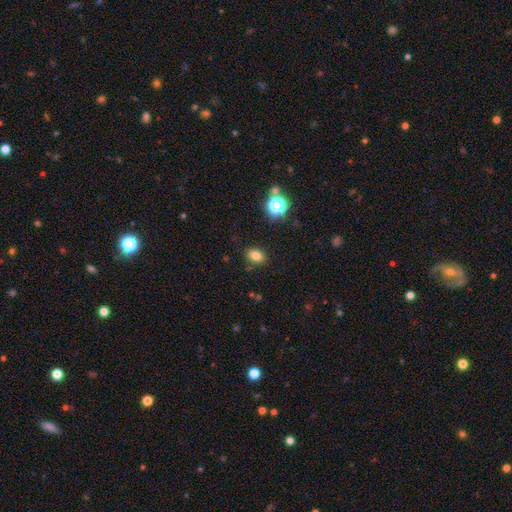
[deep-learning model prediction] Smooth or featured? Predicted: smooth (p=0.80). How rounded? Predicted: in between (p=0.74). Merging? Predicted: none (p=0.85).